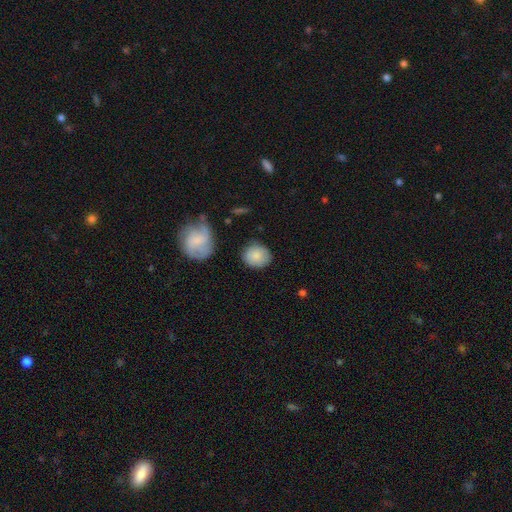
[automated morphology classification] This appears to be a smooth galaxy with no disk features (84%) that is round (79%). Merging: none (80%).